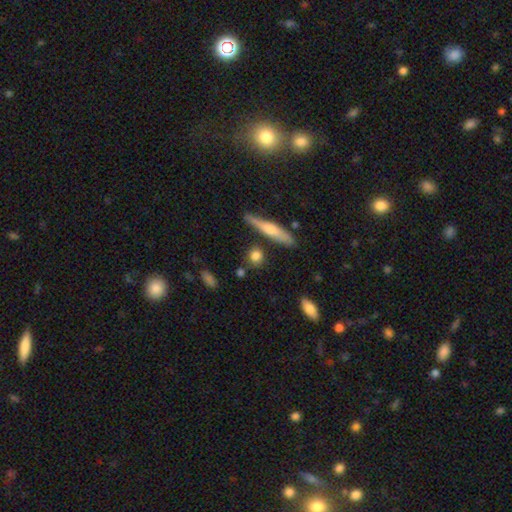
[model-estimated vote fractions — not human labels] Smooth or featured? smooth (76%)
How rounded? round (65%)
Merging? none (77%)